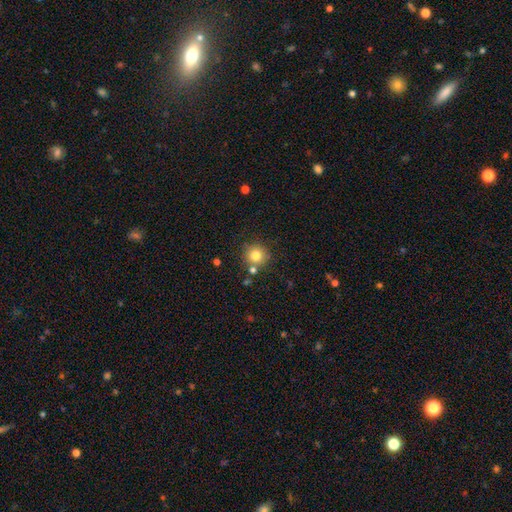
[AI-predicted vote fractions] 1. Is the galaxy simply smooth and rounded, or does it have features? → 80% smooth, 12% star or artifact, 8% featured or disk.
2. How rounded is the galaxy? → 93% round, 6% in between, 1% cigar-shaped.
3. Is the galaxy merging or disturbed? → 77% none, 11% merger, 10% minor disturbance, 3% major disturbance.